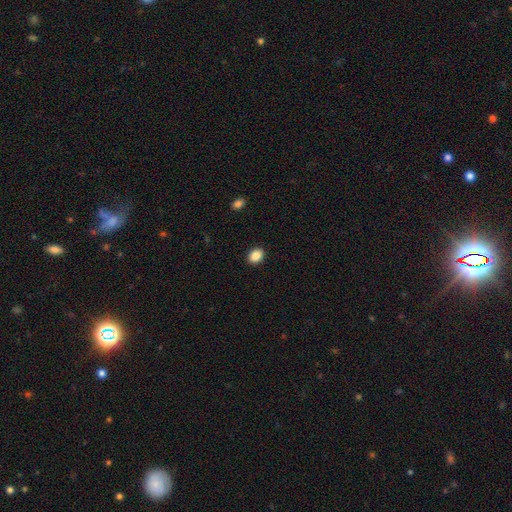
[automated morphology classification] This is clearly a smooth galaxy (88%). How rounded: possibly in between (53%). Merging: clearly none (91%).